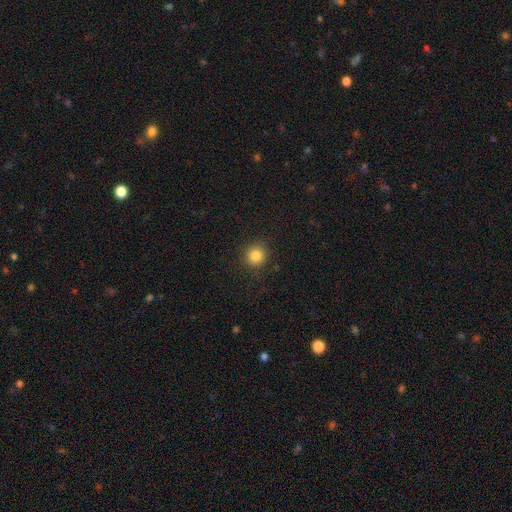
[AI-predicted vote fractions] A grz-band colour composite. It shows a smooth galaxy with no disk features (84%) that is round (89%). Merging: none (89%).